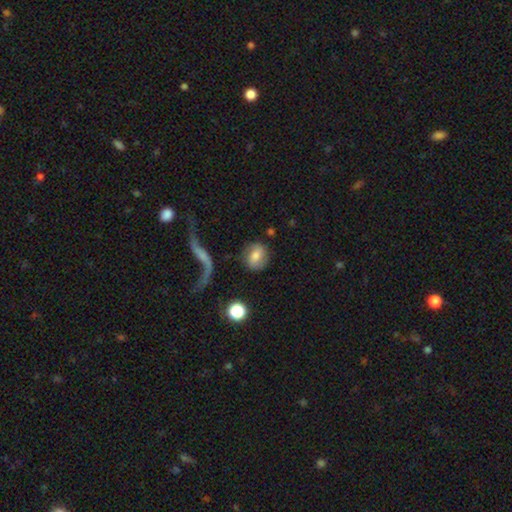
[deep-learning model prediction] This is possibly a smooth galaxy (54%). How rounded: likely round (66%). Merging: likely none (73%).